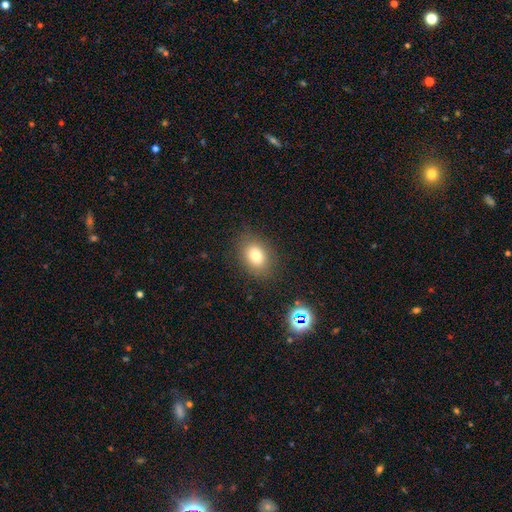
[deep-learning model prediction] A smooth galaxy with no disk features (79%) that is in between round and cigar-shaped (70%).

Vote fractions:
- Smooth or featured? smooth: 79% / star or artifact: 11% / featured or disk: 10%
- How rounded? in between: 70% / round: 29% / cigar-shaped: 1%
- Merging? none: 83% / minor disturbance: 11% / major disturbance: 4% / merger: 1%